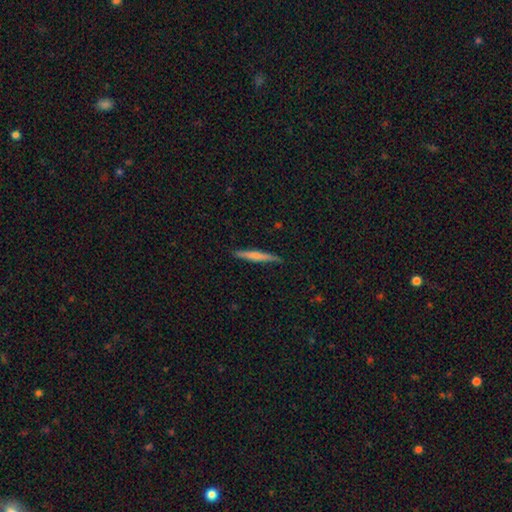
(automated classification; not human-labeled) Smooth or featured?
  - smooth: 55% *
  - featured or disk: 39%
  - star or artifact: 6%
How rounded?
  - cigar-shaped: 95% *
  - in between: 4%
  - round: 2%
Merging?
  - none: 87% *
  - minor disturbance: 10%
  - major disturbance: 2%
  - merger: 1%